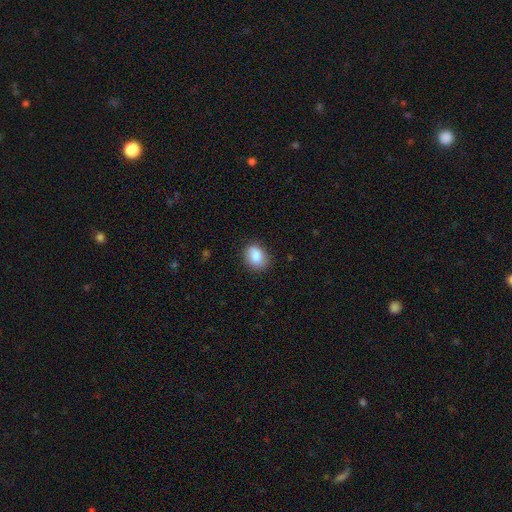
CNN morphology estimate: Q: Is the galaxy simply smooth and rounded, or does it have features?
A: smooth — 87%.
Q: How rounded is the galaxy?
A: in between — 65%.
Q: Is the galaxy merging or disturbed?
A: none — 81%.